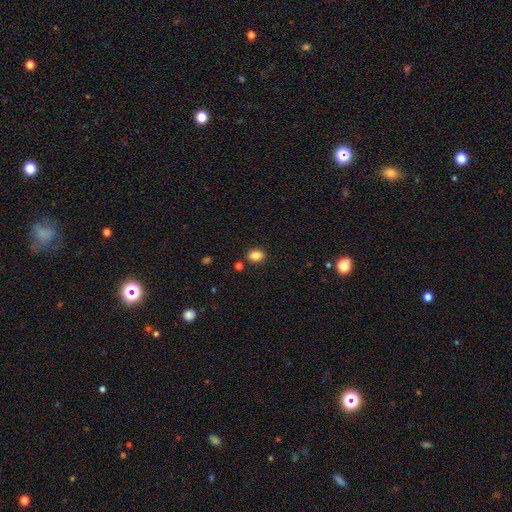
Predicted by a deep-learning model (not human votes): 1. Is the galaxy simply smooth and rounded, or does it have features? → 85% smooth, 10% star or artifact, 5% featured or disk.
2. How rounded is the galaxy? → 60% in between, 39% round, 1% cigar-shaped.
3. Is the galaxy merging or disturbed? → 85% none, 9% minor disturbance, 4% merger, 2% major disturbance.